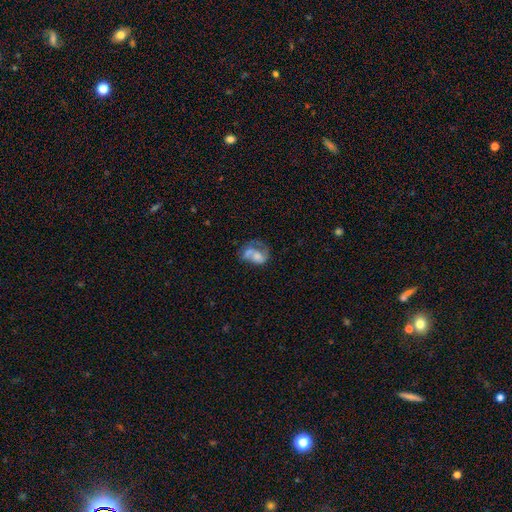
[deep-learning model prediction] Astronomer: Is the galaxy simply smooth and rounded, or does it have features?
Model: featured or disk — 49% (runner-up: smooth, 42%).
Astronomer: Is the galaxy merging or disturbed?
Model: merger — 35% (runner-up: major disturbance, 29%).